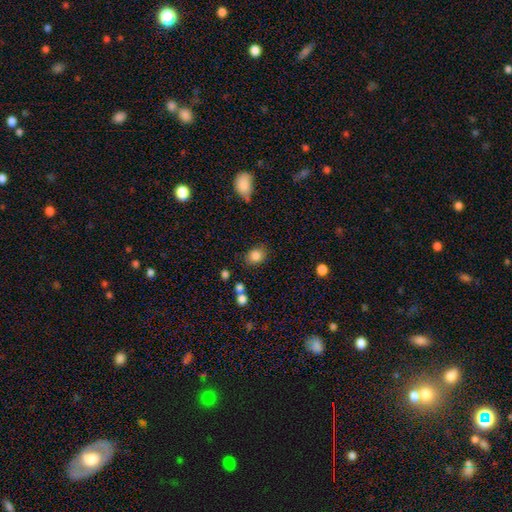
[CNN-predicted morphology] Smooth or featured: smooth — 84% (star or artifact — 10%)
How rounded: round — 50% (in between — 49%)
Merging: none — 77% (minor disturbance — 15%)